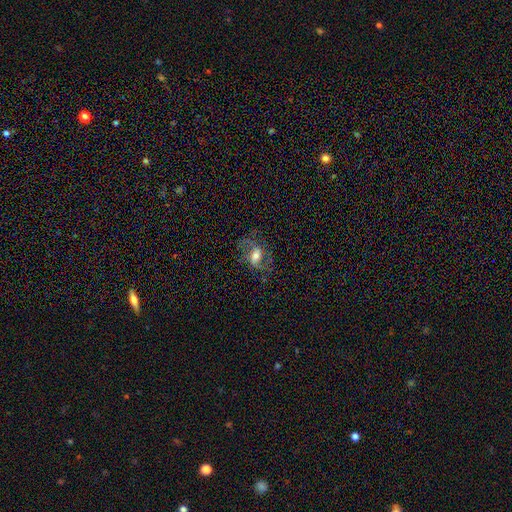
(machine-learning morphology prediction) smooth_or_featured: featured or disk (p=0.64) [alt: smooth p=0.27]
disk_edge_on: no (p=0.95) [alt: yes p=0.05]
bar: weak (p=0.43) [alt: no p=0.29]
has_spiral_arms: yes (p=0.83) [alt: no p=0.17]
bulge_size: moderate (p=0.58) [alt: large p=0.19]
merging: none (p=0.63) [alt: minor disturbance p=0.18]